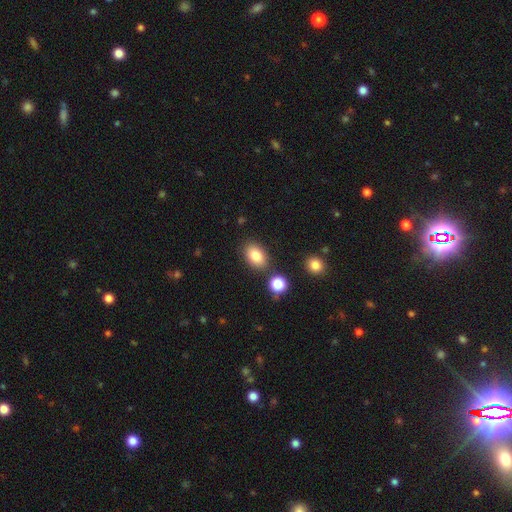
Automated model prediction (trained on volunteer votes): Morphology: type=smooth (83%); roundness=in between (84%); merging=none (80%).